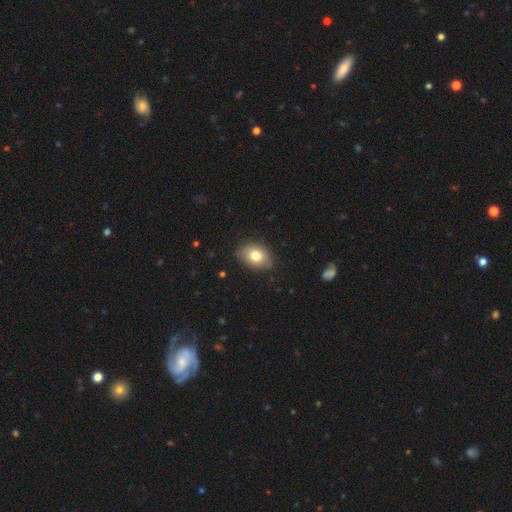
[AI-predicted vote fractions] Smooth or featured? smooth (78%)
How rounded? in between (75%)
Merging? none (81%)